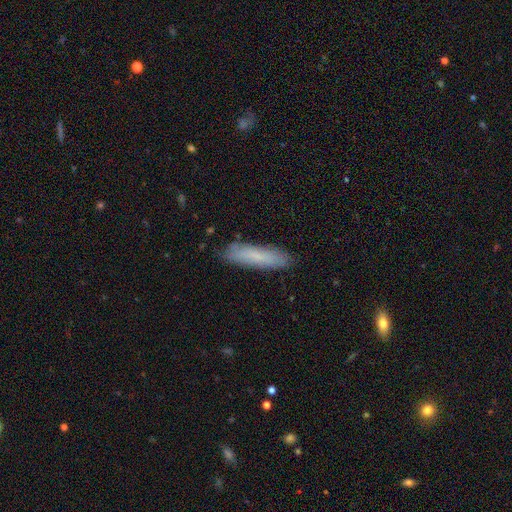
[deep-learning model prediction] Q: Smooth or featured?
A: smooth (72%); runner-up: featured or disk (19%)
Q: How rounded?
A: cigar-shaped (83%); runner-up: in between (16%)
Q: Merging?
A: none (87%); runner-up: minor disturbance (10%)